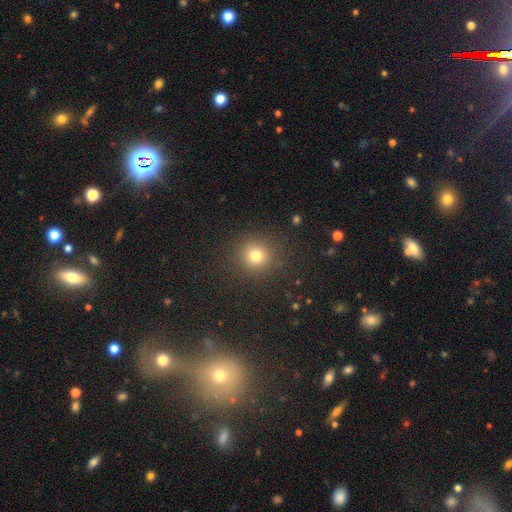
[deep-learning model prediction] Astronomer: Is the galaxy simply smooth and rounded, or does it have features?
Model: smooth — 77%.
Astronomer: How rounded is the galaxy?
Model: round — 92%.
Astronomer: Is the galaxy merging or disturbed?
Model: none — 89%.